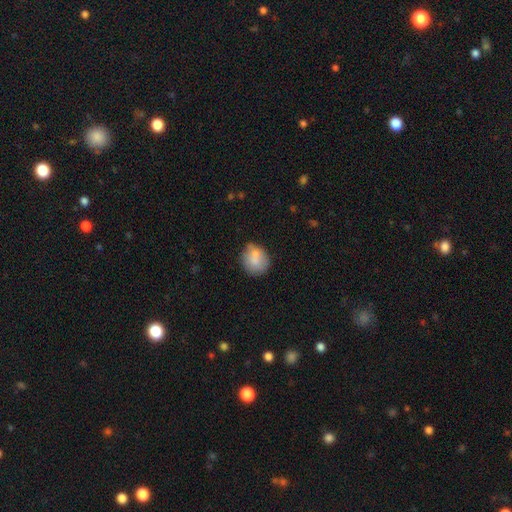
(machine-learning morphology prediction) Smooth or featured? smooth (76%)
How rounded? round (74%)
Merging? none (59%)